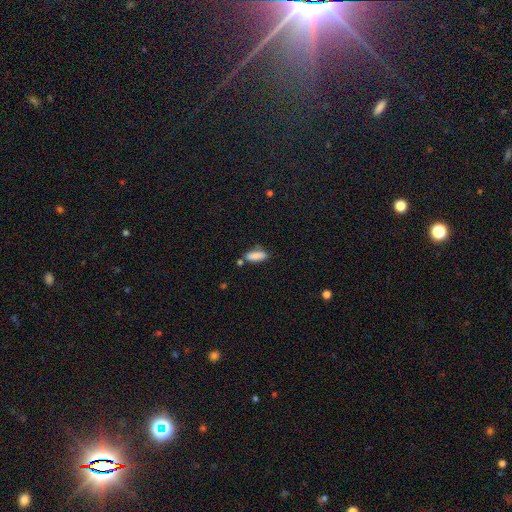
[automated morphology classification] Smooth or featured? smooth (87%)
How rounded? in between (68%)
Merging? none (69%)